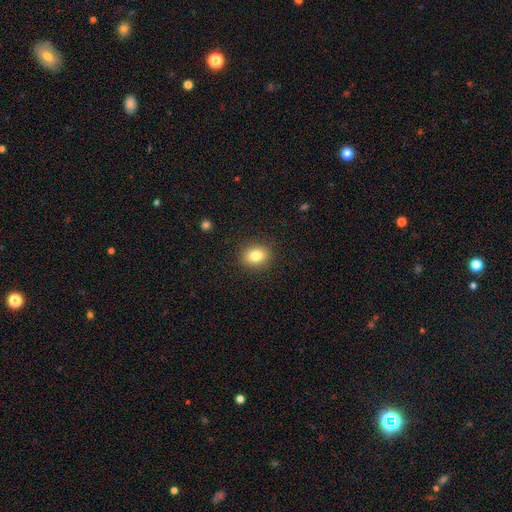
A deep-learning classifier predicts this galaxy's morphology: This appears to be a smooth galaxy with no disk features (82%) that is round (56%). Merging: none (90%).